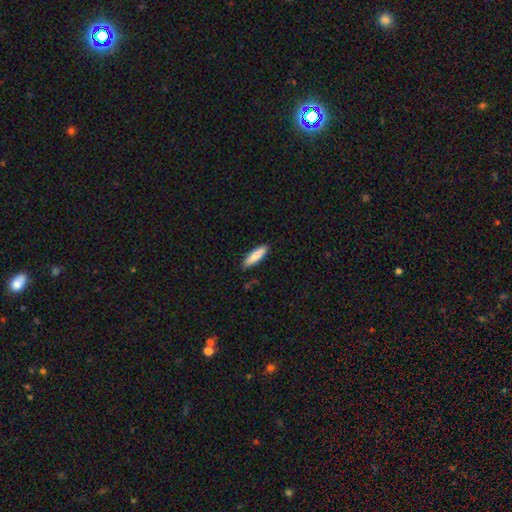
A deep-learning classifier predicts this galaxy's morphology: smooth 86%, featured or disk 9%, star or artifact 5%. Down the decision tree: how rounded — cigar-shaped (68%); merging — none (88%).